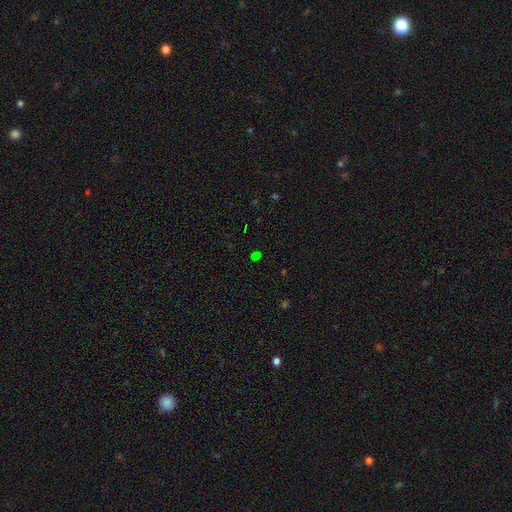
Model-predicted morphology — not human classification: This is possibly a star or artifact rather than a galaxy (49%).